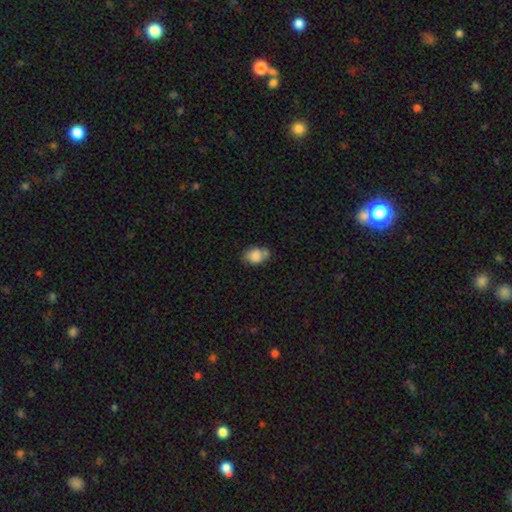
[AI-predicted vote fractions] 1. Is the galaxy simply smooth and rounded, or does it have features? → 82% smooth, 9% featured or disk, 9% star or artifact.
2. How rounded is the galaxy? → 64% in between, 34% round, 1% cigar-shaped.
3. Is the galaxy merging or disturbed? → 50% none, 25% minor disturbance, 19% merger, 6% major disturbance.